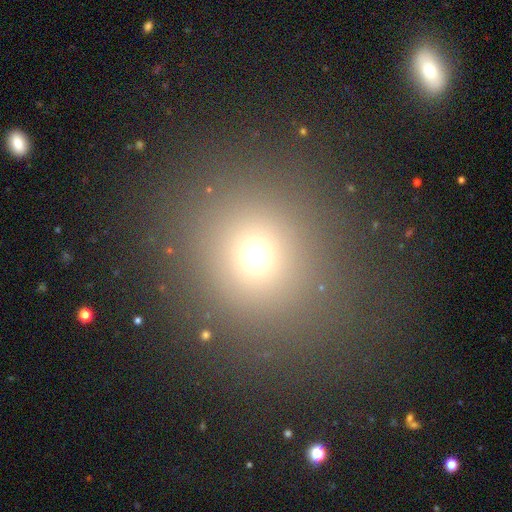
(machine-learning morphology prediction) smooth 67%, star or artifact 24%, featured or disk 8%. Down the decision tree: how rounded — round (85%); merging — none (86%).